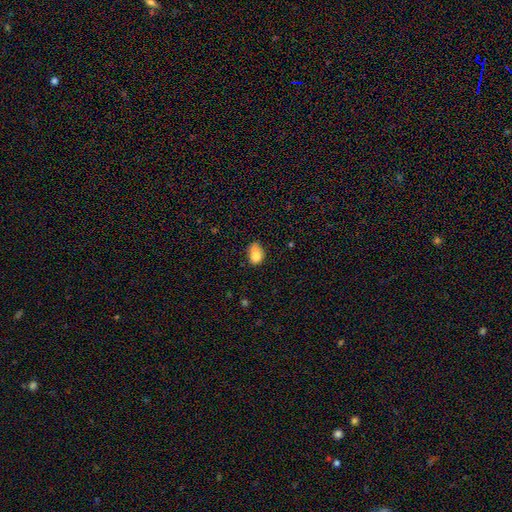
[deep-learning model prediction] This appears to be a smooth galaxy with no disk features (80%) that is in between round and cigar-shaped (76%). Merging: minor disturbance (41%).